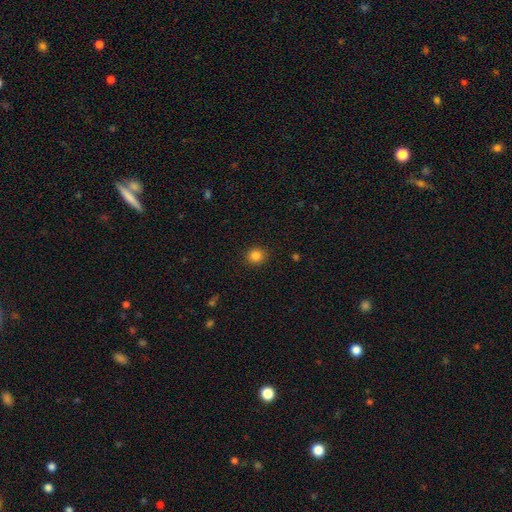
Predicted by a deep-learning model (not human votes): A smooth galaxy with no disk features (84%) that is round (85%).

Vote fractions:
- Smooth or featured? smooth: 84% / star or artifact: 12% / featured or disk: 4%
- How rounded? round: 85% / in between: 14% / cigar-shaped: 1%
- Merging? none: 90% / minor disturbance: 7% / major disturbance: 2% / merger: 1%